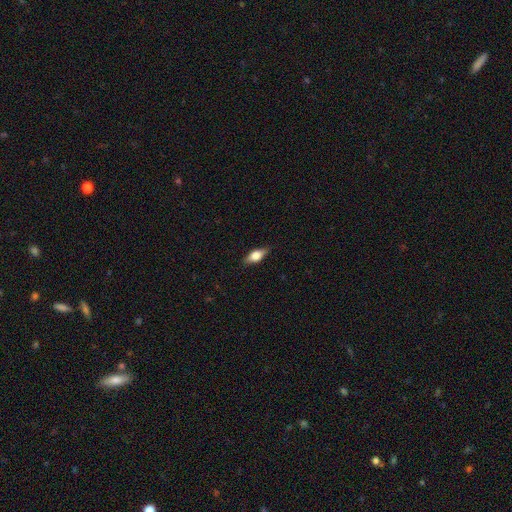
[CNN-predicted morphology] Q: Smooth or featured?
A: smooth (58%); runner-up: featured or disk (34%)
Q: How rounded?
A: in between (75%); runner-up: cigar-shaped (20%)
Q: Merging?
A: none (85%); runner-up: minor disturbance (12%)